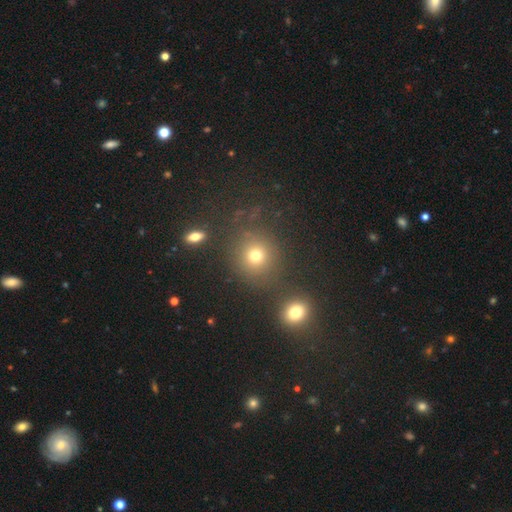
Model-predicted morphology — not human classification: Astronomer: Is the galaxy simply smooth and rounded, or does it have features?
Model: smooth — 71%.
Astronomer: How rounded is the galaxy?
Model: round — 83%.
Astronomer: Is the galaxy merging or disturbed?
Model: none — 76%.